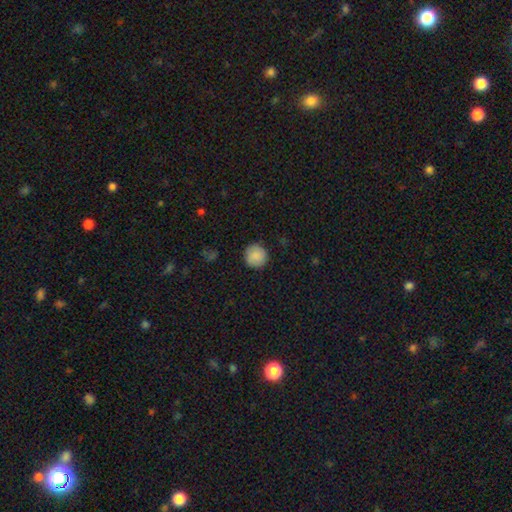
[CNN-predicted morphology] smooth_or_featured: smooth (p=0.88) [alt: star or artifact p=0.07]
how_rounded: round (p=0.94) [alt: in between p=0.05]
merging: none (p=0.90) [alt: minor disturbance p=0.07]